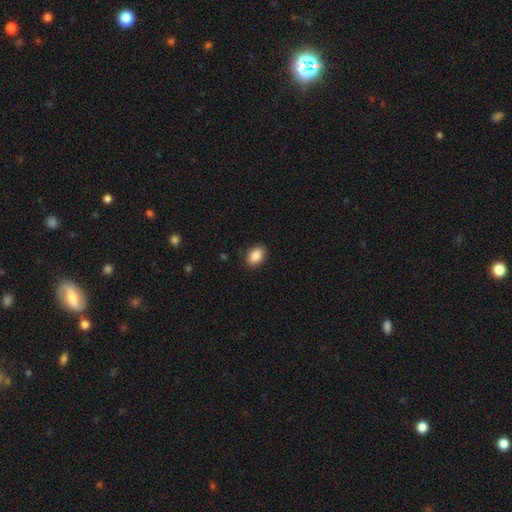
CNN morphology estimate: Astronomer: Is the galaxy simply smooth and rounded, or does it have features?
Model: smooth — 89%.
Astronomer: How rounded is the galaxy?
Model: in between — 80%.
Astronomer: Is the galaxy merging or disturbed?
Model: none — 88%.